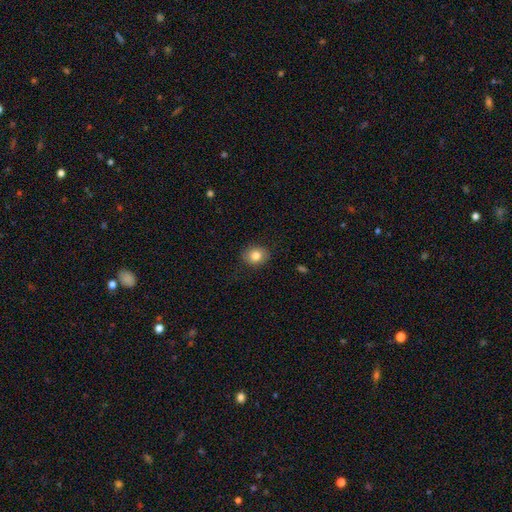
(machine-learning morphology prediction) Q: Smooth or featured?
A: smooth (82%); runner-up: star or artifact (10%)
Q: How rounded?
A: round (54%); runner-up: in between (45%)
Q: Merging?
A: none (87%); runner-up: minor disturbance (10%)